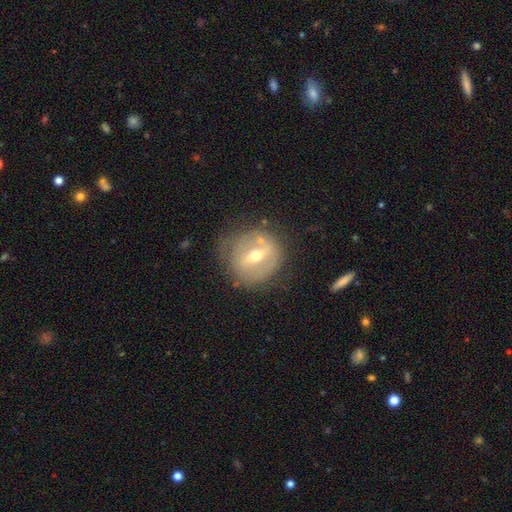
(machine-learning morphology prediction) featured or disk 65%, smooth 28%, star or artifact 8%. Down the decision tree: edge-on disk — no (92%); bar — strong (45%); spiral arms — no (63%); bulge size — moderate (63%); merging — none (67%).